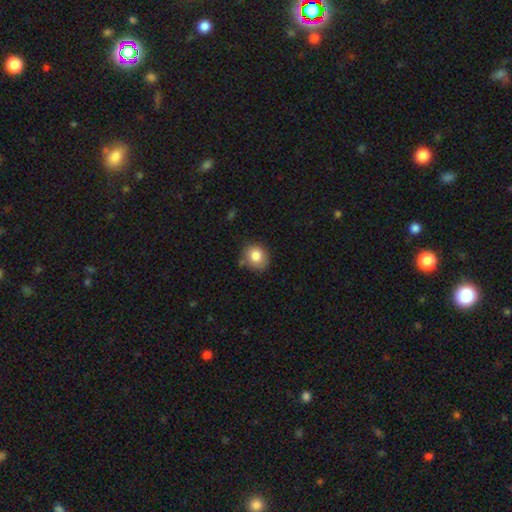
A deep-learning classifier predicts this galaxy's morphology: Smooth or featured: smooth — 83% (star or artifact — 9%)
How rounded: round — 75% (in between — 24%)
Merging: none — 78% (minor disturbance — 15%)